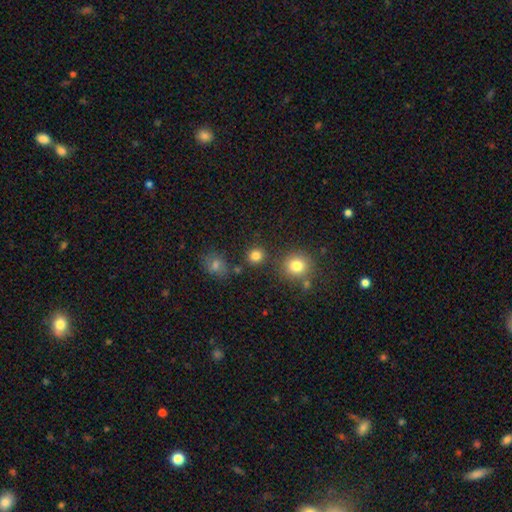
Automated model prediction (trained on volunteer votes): This is clearly a smooth galaxy (82%). How rounded: clearly round (88%). Merging: clearly none (82%).